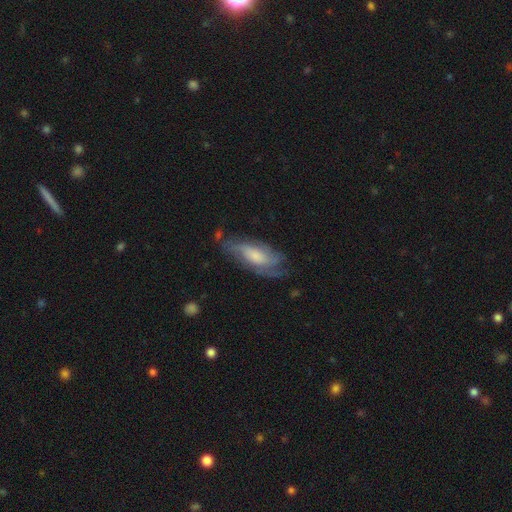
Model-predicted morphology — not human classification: Q: Smooth or featured?
A: featured or disk (63%); runner-up: smooth (31%)
Q: Edge-on disk?
A: no (86%); runner-up: yes (14%)
Q: Bar?
A: no (64%); runner-up: weak (29%)
Q: Spiral arms?
A: yes (86%); runner-up: no (14%)
Q: Bulge size?
A: moderate (38%); runner-up: small (32%)
Q: Merging?
A: none (58%); runner-up: minor disturbance (26%)